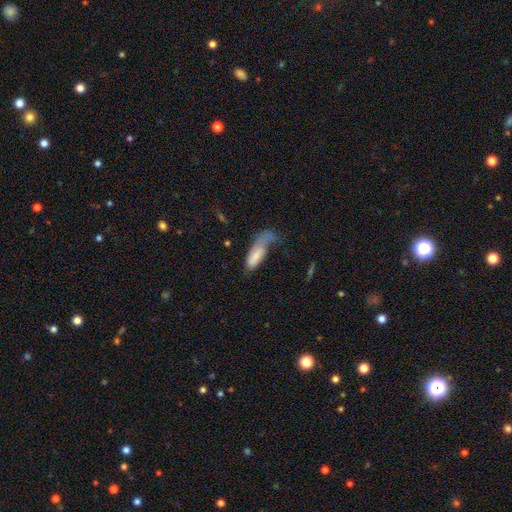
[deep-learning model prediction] The model was most divided on "merging": major disturbance: 53%, none: 20%, minor disturbance: 19%, merger: 8%. More confident: smooth or featured — smooth (69%); how rounded — in between (68%).